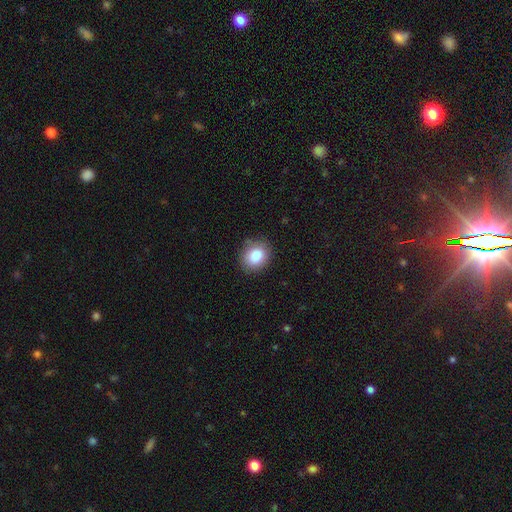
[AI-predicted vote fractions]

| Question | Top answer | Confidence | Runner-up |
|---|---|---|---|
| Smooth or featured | smooth | 86% | star or artifact (8%) |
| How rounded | round | 58% | in between (41%) |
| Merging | none | 85% | minor disturbance (12%) |